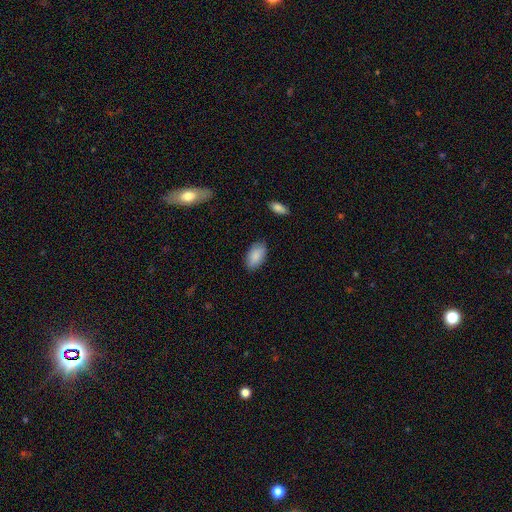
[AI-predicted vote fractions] smooth_or_featured: smooth (p=0.87) [alt: featured or disk p=0.06]
how_rounded: in between (p=0.94) [alt: round p=0.03]
merging: none (p=0.84) [alt: minor disturbance p=0.12]